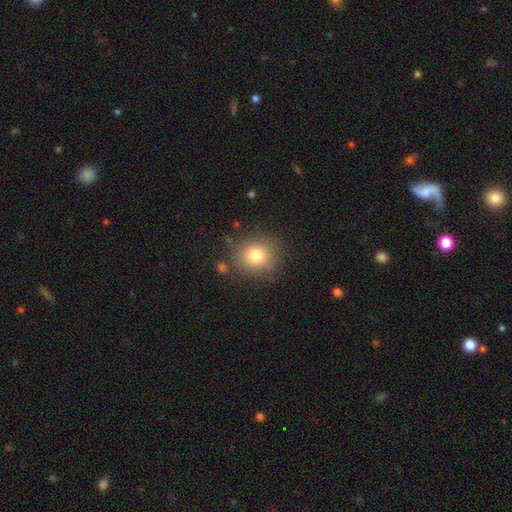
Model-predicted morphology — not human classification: Overall: smooth (78%). How rounded: round (81%). Merging: none (82%).